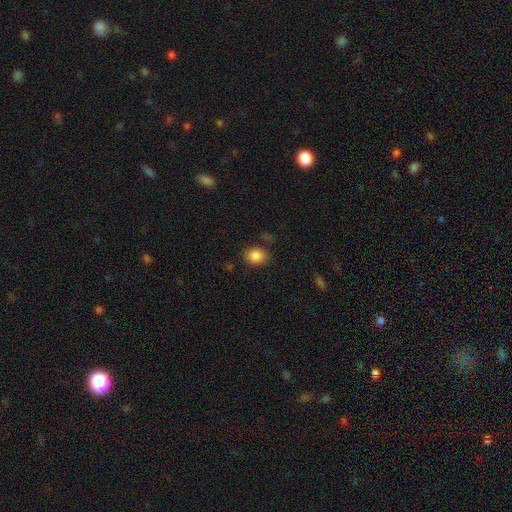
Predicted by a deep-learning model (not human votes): This appears to be a smooth galaxy with no disk features (86%) that is round (51%). Merging: none (78%).